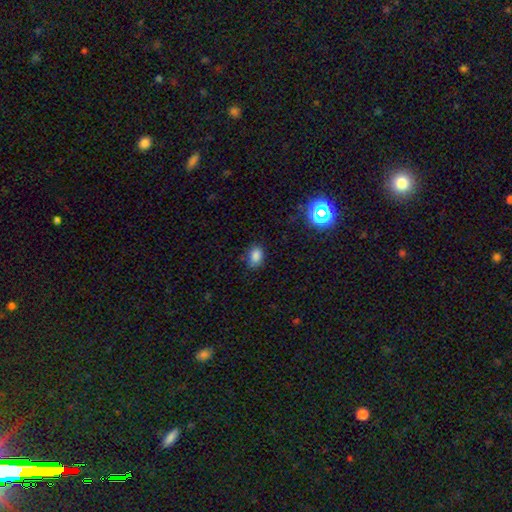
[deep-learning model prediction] Smooth or featured? Predicted: smooth (p=0.82). How rounded? Predicted: in between (p=0.75). Merging? Predicted: none (p=0.77).